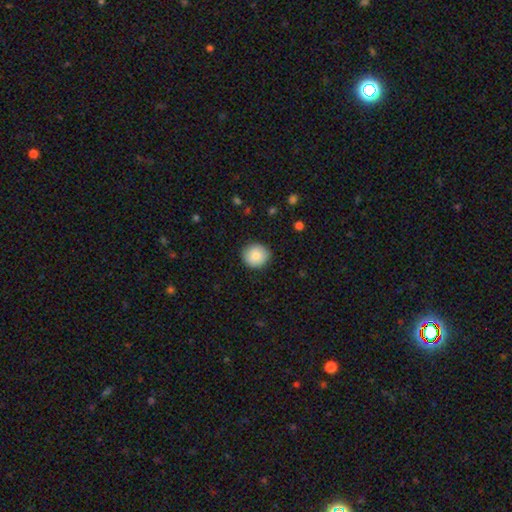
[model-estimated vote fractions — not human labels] Overall: smooth (85%). How rounded: round (90%). Merging: none (89%).